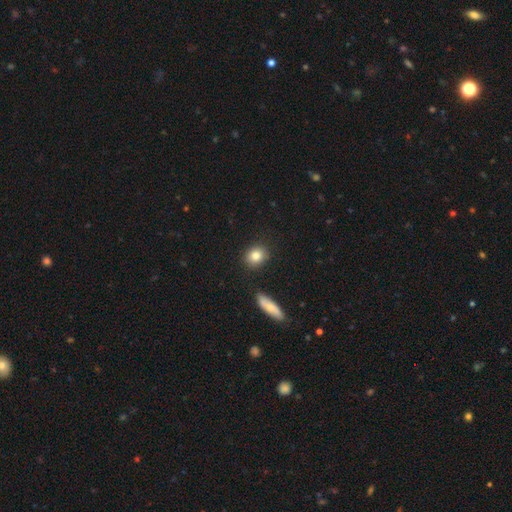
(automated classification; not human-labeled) A smooth galaxy with no disk features (83%) that is round (63%).

Vote fractions:
- Smooth or featured? smooth: 83% / star or artifact: 8% / featured or disk: 8%
- How rounded? round: 63% / in between: 35% / cigar-shaped: 2%
- Merging? none: 87% / minor disturbance: 8% / merger: 3% / major disturbance: 2%